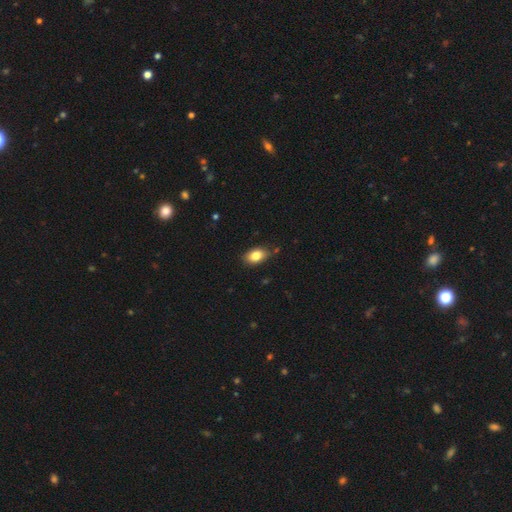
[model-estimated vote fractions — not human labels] Morphology: type=smooth (82%); roundness=in between (86%); merging=none (79%).